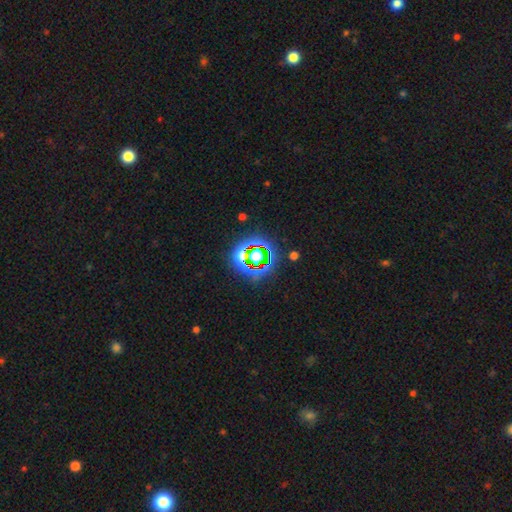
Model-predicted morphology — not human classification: This is likely a star or artifact rather than a galaxy (69%).